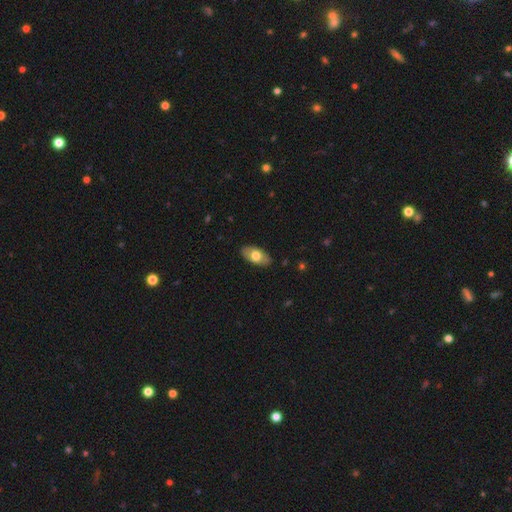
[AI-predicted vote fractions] Overall: smooth (67%; featured or disk 28%). How rounded: in between (93%). Merging: none (86%).